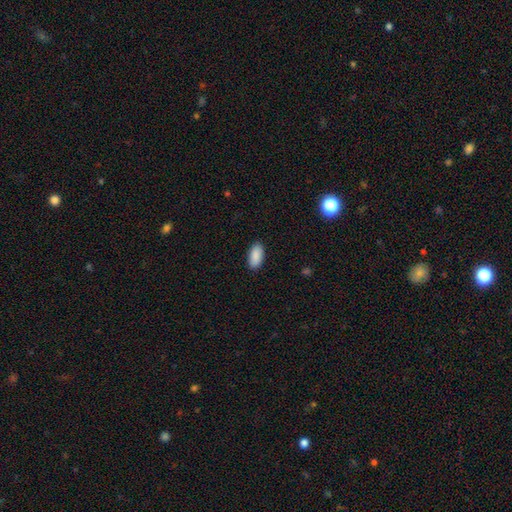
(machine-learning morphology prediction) Smooth or featured? Predicted: smooth (p=0.90). How rounded? Predicted: in between (p=0.93). Merging? Predicted: none (p=0.89).